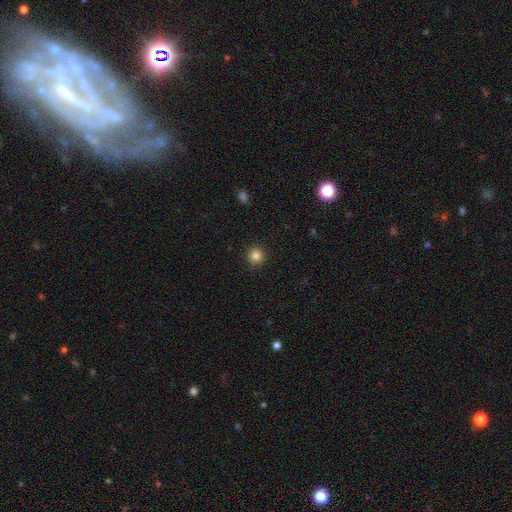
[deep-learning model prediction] This is clearly a smooth galaxy (84%). How rounded: clearly round (94%). Merging: clearly none (92%).